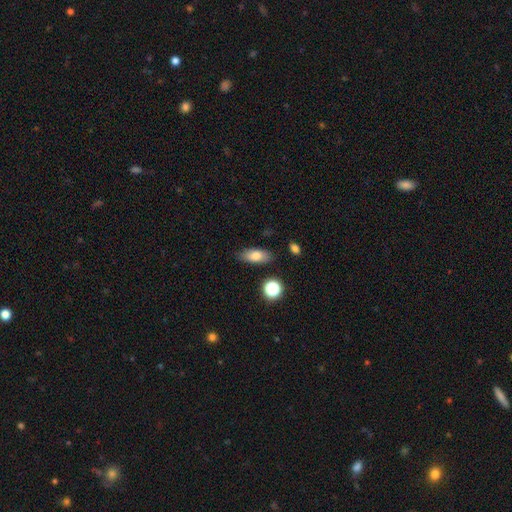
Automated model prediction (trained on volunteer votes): This appears to be a smooth galaxy with no disk features (77%) that is in between round and cigar-shaped (80%). Merging: none (83%).